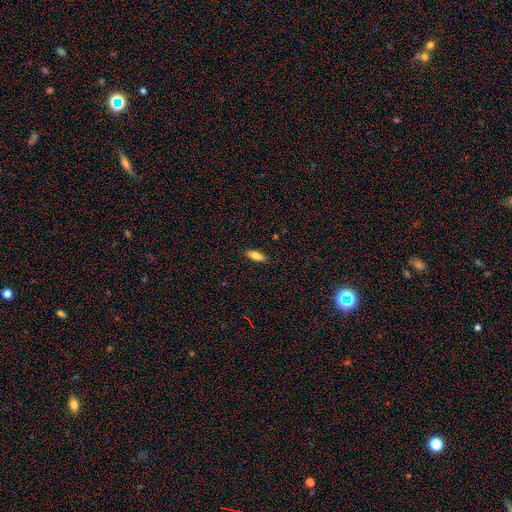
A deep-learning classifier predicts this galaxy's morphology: smooth_or_featured: smooth (p=0.81) [alt: featured or disk p=0.12]
how_rounded: in between (p=0.72) [alt: cigar-shaped p=0.26]
merging: none (p=0.88) [alt: minor disturbance p=0.09]